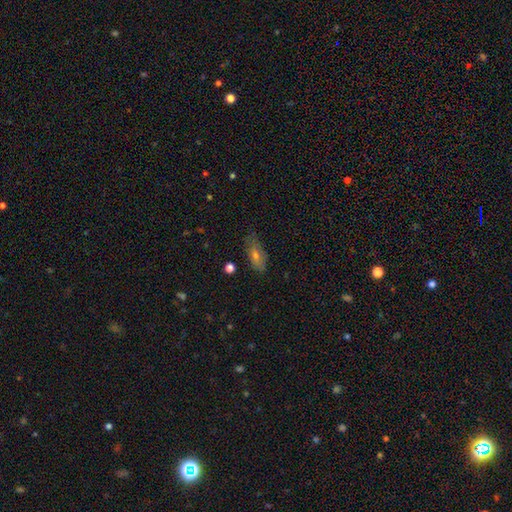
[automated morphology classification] This is possibly a smooth galaxy (57%). How rounded: likely in between (76%). Merging: likely none (68%).